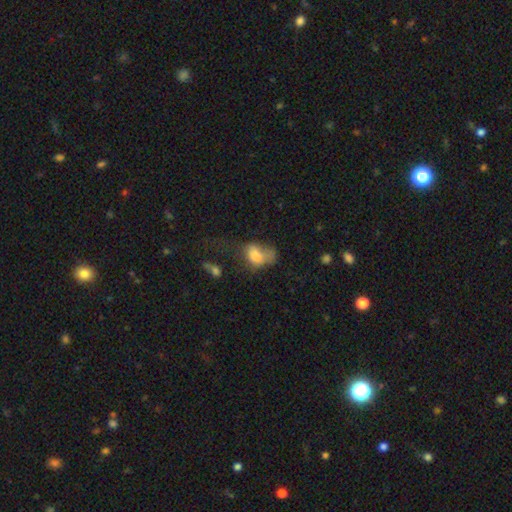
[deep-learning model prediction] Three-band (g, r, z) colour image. It shows a smooth galaxy with no disk features (69%) that is in between round and cigar-shaped (81%). Merging: major disturbance (45%).